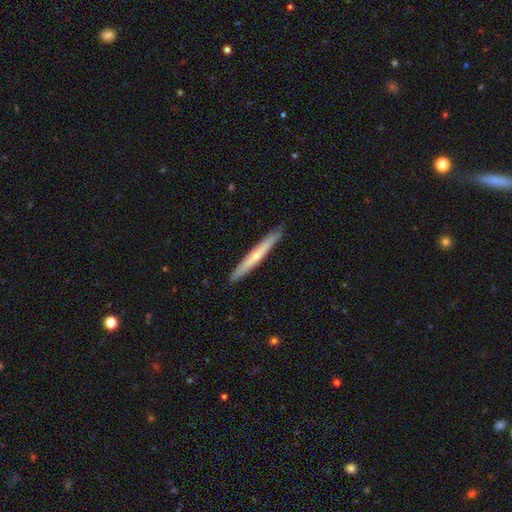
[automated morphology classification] The model was most divided on "smooth or featured": featured or disk: 50%, smooth: 45%, star or artifact: 5%. More confident: edge-on disk — yes (95%); merging — none (90%).